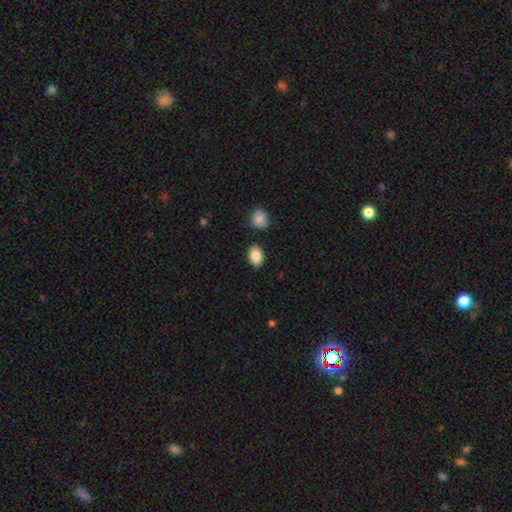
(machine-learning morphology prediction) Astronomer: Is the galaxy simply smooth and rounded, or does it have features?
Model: smooth — 87%.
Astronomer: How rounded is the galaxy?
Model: in between — 83%.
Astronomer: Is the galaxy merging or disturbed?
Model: none — 85%.